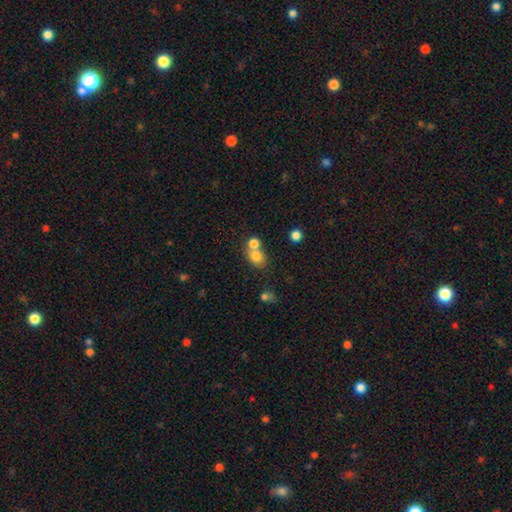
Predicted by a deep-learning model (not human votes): Smooth or featured? Predicted: smooth (p=0.78). How rounded? Predicted: round (p=0.65). Merging? Predicted: merger (p=0.48).